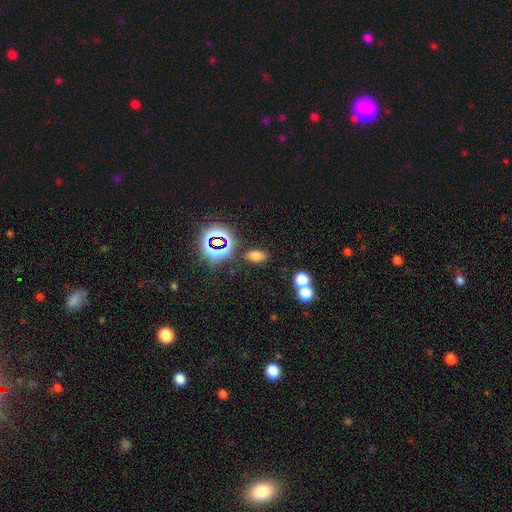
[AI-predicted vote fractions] Overall: smooth (68%). How rounded: in between (86%). Merging: none (80%).